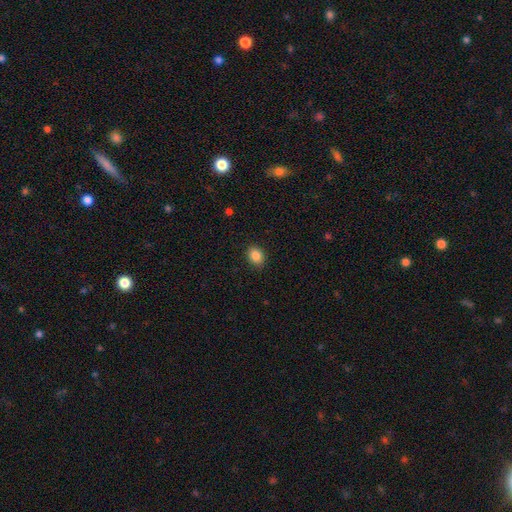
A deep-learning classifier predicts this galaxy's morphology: Smooth or featured?
  - smooth: 86% *
  - star or artifact: 9%
  - featured or disk: 5%
How rounded?
  - in between: 56% *
  - round: 43%
  - cigar-shaped: 1%
Merging?
  - none: 89% *
  - minor disturbance: 8%
  - major disturbance: 2%
  - merger: 1%